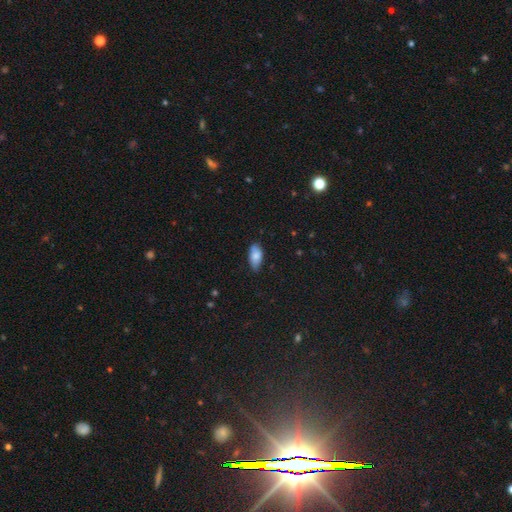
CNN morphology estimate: Smooth or featured? smooth (81%)
How rounded? in between (90%)
Merging? none (77%)